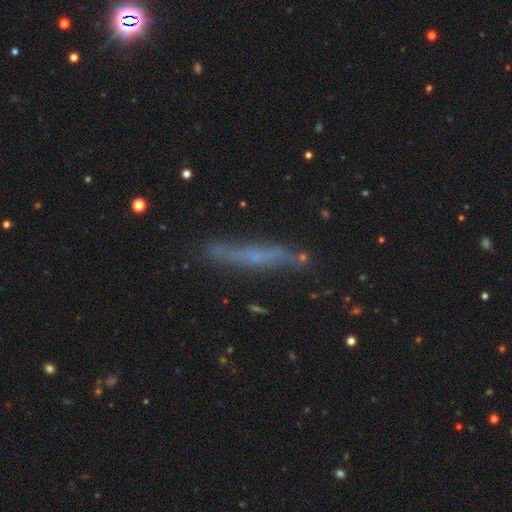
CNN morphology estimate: A featured or disk galaxy (49%). Merging: none (77%).